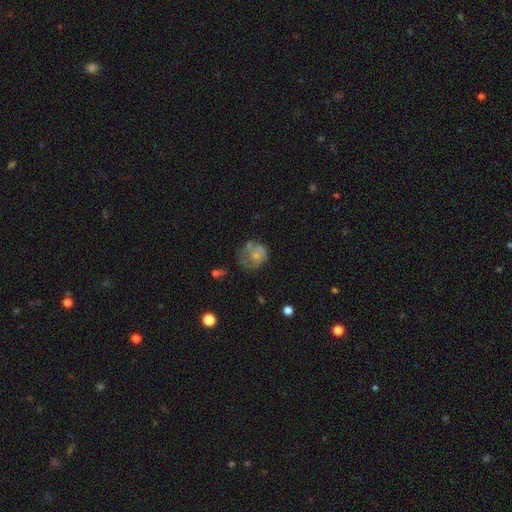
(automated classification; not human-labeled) smooth-or-featured: featured or disk: 42% | smooth: 41% | star or artifact: 17%
  merging: none: 45% | minor disturbance: 23% | major disturbance: 22% | merger: 10%